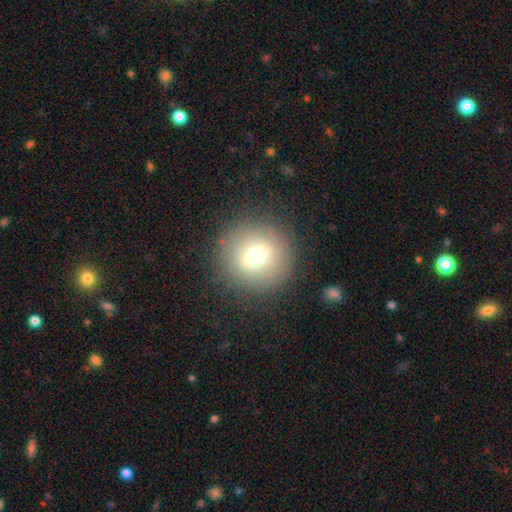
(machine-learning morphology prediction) This is possibly a smooth galaxy (49%). Merging: clearly none (86%).